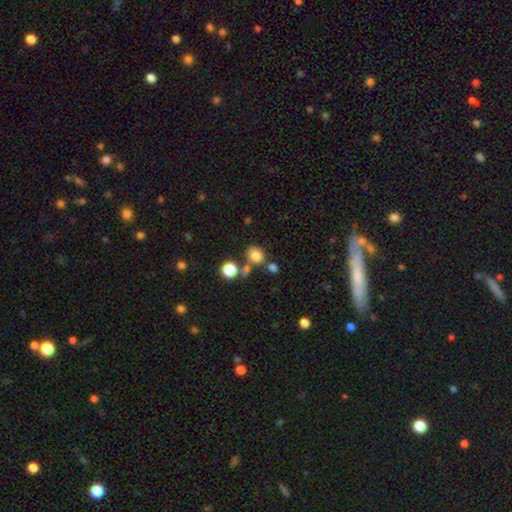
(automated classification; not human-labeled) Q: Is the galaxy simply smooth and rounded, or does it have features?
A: smooth — 79%.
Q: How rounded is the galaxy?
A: round — 65%.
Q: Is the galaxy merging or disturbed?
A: none — 63%.